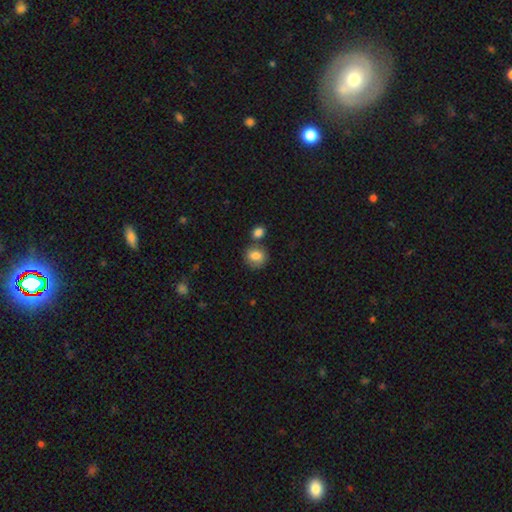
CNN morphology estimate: Q: Smooth or featured?
A: smooth (82%); runner-up: featured or disk (10%)
Q: How rounded?
A: round (74%); runner-up: in between (25%)
Q: Merging?
A: none (63%); runner-up: merger (20%)